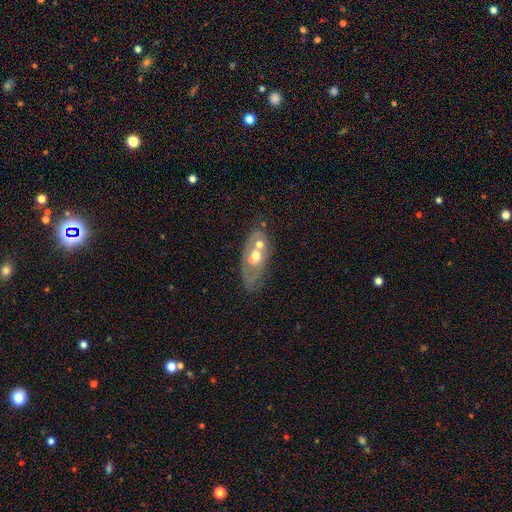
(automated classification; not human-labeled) smooth-or-featured: featured or disk: 59% | smooth: 33% | star or artifact: 8%
  disk-edge-on: no: 90% | yes: 10%
    bar: no: 88% | weak: 9% | strong: 3%
    has-spiral-arms: no: 81% | yes: 19%
    bulge-size: moderate: 72% | small: 14% | large: 10% | none: 3% | dominant: 2%
  merging: merger: 40% | none: 34% | minor disturbance: 16% | major disturbance: 9%